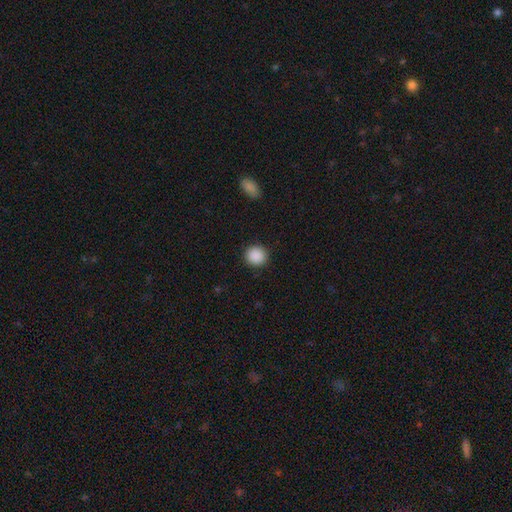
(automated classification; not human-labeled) Smooth or featured?
  - smooth: 89% *
  - star or artifact: 8%
  - featured or disk: 2%
How rounded?
  - round: 90% *
  - in between: 9%
  - cigar-shaped: 1%
Merging?
  - none: 91% *
  - minor disturbance: 5%
  - major disturbance: 2%
  - merger: 1%